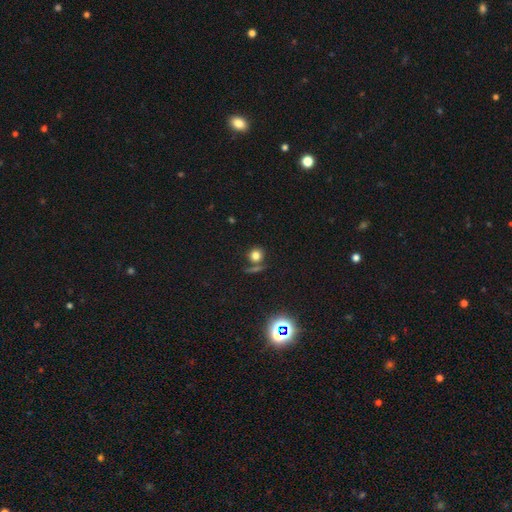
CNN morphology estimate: Smooth or featured?
  - smooth: 75% *
  - star or artifact: 17%
  - featured or disk: 8%
How rounded?
  - round: 88% *
  - in between: 10%
  - cigar-shaped: 2%
Merging?
  - none: 69% *
  - merger: 16%
  - minor disturbance: 10%
  - major disturbance: 5%